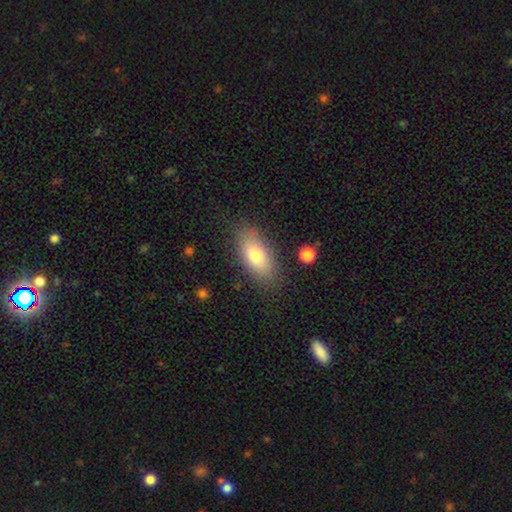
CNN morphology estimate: A smooth galaxy with no disk features (74%) that is in between round and cigar-shaped (87%).

Vote fractions:
- Smooth or featured? smooth: 74% / featured or disk: 18% / star or artifact: 8%
- How rounded? in between: 87% / cigar-shaped: 9% / round: 5%
- Merging? none: 82% / minor disturbance: 13% / major disturbance: 4% / merger: 2%